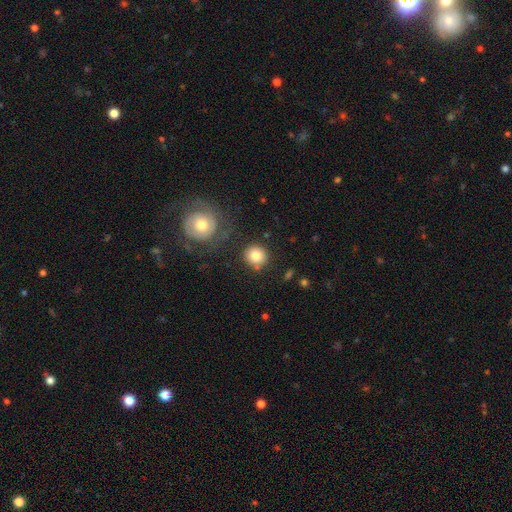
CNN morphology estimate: Smooth or featured: smooth — 83% (featured or disk — 9%)
How rounded: round — 92% (in between — 7%)
Merging: none — 79% (minor disturbance — 10%)